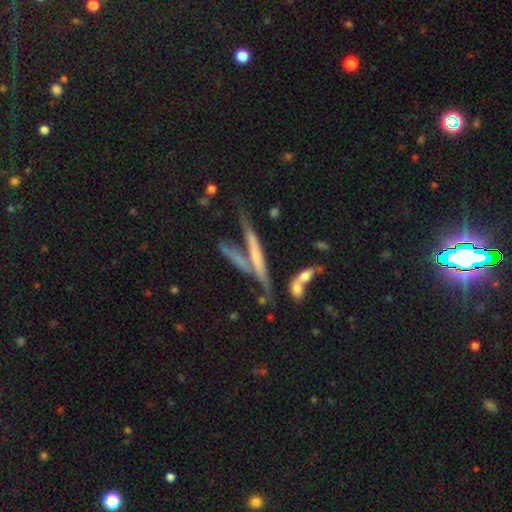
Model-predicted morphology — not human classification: Smooth or featured: featured or disk — 56% (smooth — 34%)
Edge-on disk: yes — 81% (no — 19%)
Merging: none — 44% (merger — 30%)